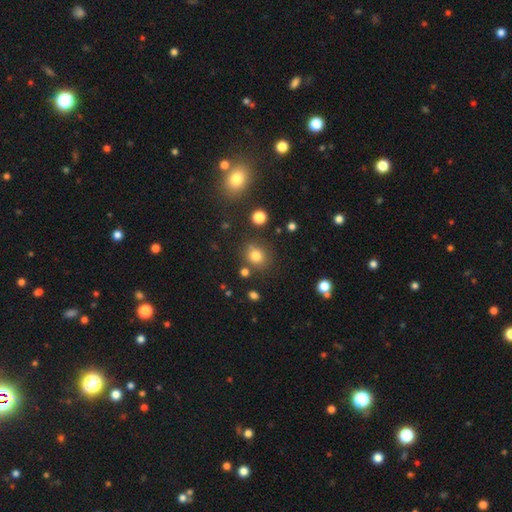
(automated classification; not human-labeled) A smooth galaxy with no disk features (77%) that is round (82%). Merging: none (77%).